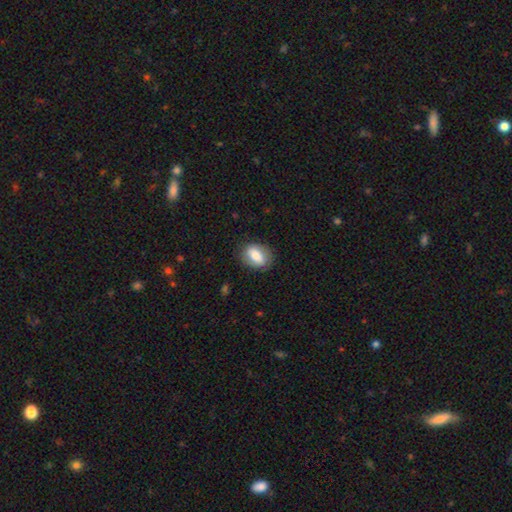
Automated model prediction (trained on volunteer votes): Smooth or featured: smooth — 70% (featured or disk — 23%)
How rounded: in between — 77% (round — 20%)
Merging: none — 82% (minor disturbance — 13%)